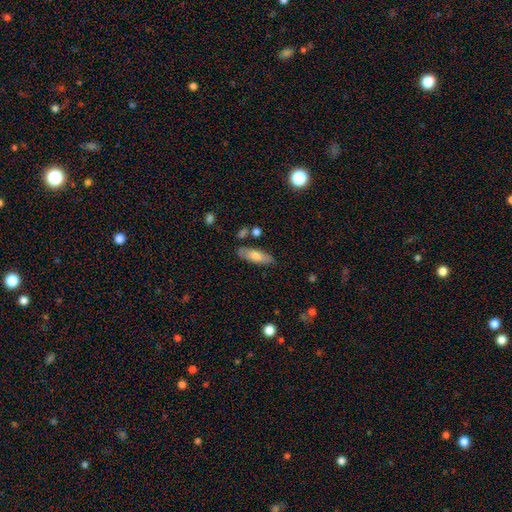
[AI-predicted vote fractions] Smooth or featured? Predicted: smooth (p=0.68). How rounded? Predicted: in between (p=0.61). Merging? Predicted: none (p=0.78).